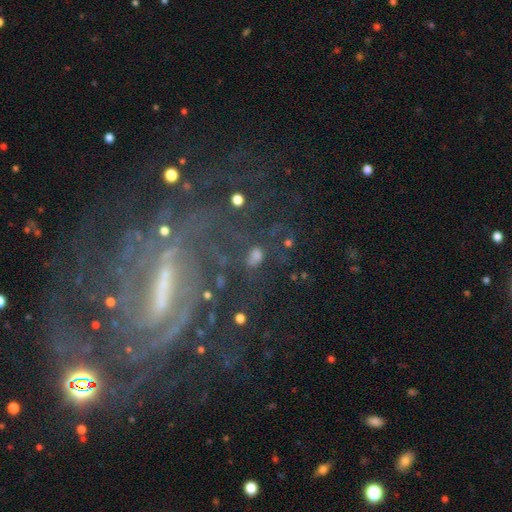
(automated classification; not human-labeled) Smooth or featured? featured or disk (82%)
Edge-on disk? no (93%)
Bar? strong (62%)
Spiral arms? yes (92%)
Spiral winding? tight (45%)
Spiral arm count? can't tell (34%)
Bulge size? small (37%)
Merging? none (58%)